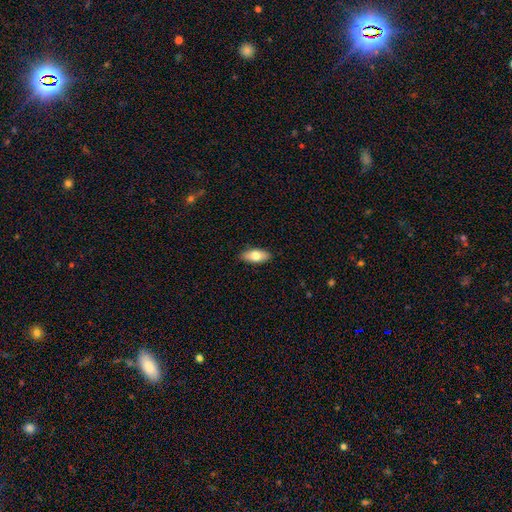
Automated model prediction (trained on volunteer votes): Smooth or featured: smooth — 74% (featured or disk — 19%)
How rounded: in between — 86% (cigar-shaped — 11%)
Merging: none — 89% (minor disturbance — 9%)